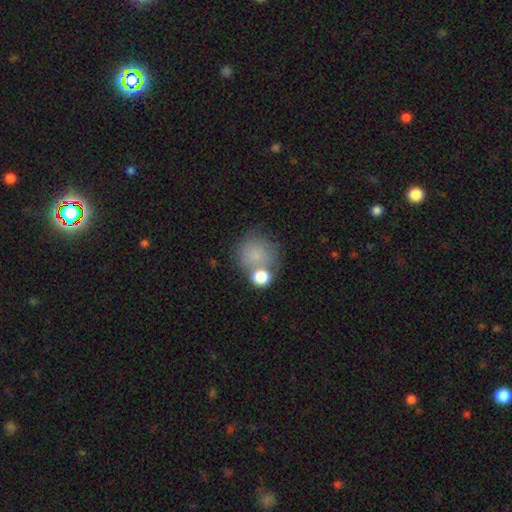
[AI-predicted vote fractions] smooth 78%, featured or disk 11%, star or artifact 11%. Down the decision tree: how rounded — round (85%); merging — none (50%).